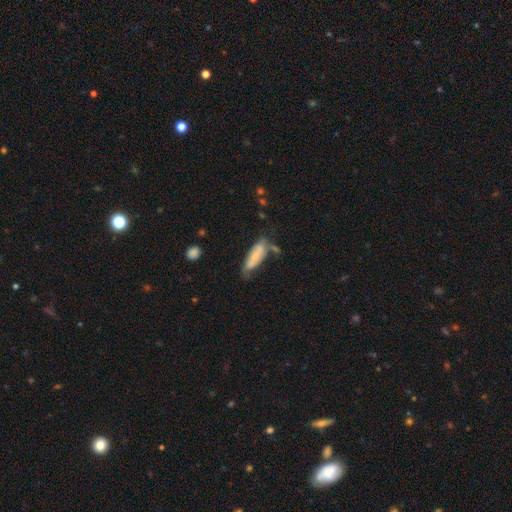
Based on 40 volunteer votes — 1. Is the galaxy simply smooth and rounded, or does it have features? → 52% smooth, 38% featured or disk, 10% star or artifact.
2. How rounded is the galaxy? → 52% in between, 48% cigar-shaped, 0% round.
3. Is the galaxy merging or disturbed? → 33% none (tied), 33% minor disturbance (tied), 19% merger, 14% major disturbance.